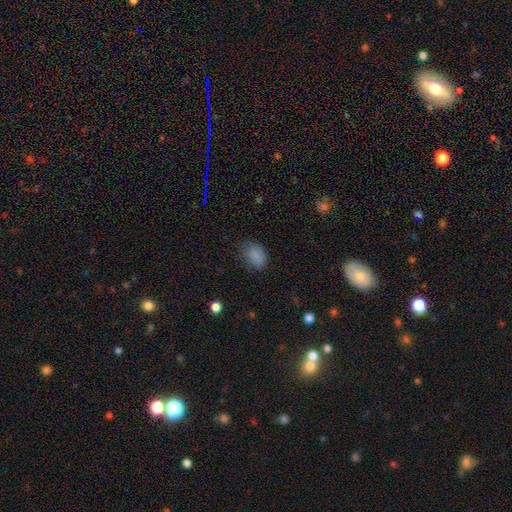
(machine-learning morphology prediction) Q: Smooth or featured?
A: smooth (84%); runner-up: star or artifact (10%)
Q: How rounded?
A: in between (75%); runner-up: round (23%)
Q: Merging?
A: none (68%); runner-up: minor disturbance (24%)